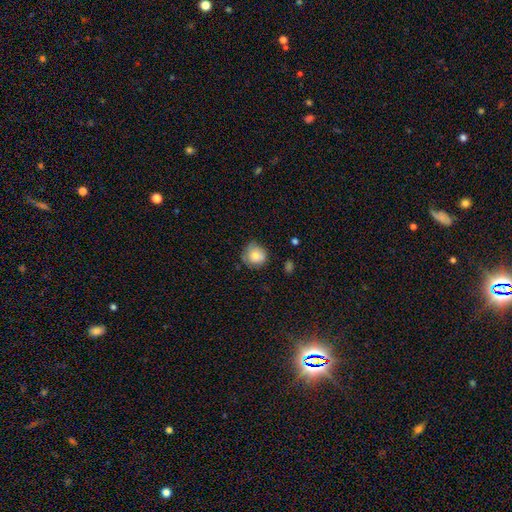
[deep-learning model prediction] smooth_or_featured: smooth (p=0.77) [alt: featured or disk p=0.14]
how_rounded: round (p=0.87) [alt: in between p=0.12]
merging: none (p=0.67) [alt: minor disturbance p=0.26]